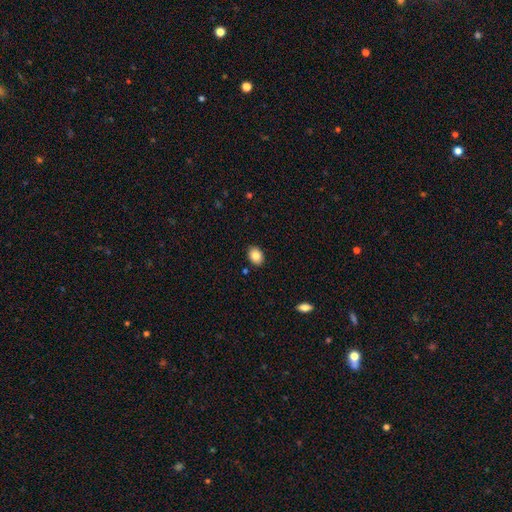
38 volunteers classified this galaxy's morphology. Smooth or featured?
  - smooth: 92% *
  - featured or disk: 5%
  - star or artifact: 3%
How rounded?
  - in between: 80% *
  - round: 20%
  - cigar-shaped: 0%
Merging?
  - none: 84% *
  - minor disturbance: 8%
  - major disturbance: 5%
  - merger: 3%